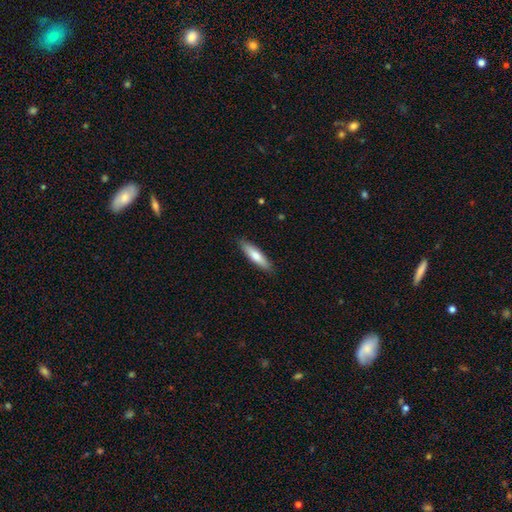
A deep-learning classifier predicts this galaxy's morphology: A smooth galaxy with no disk features (71%) that is cigar-shaped (72%). Merging: none (88%).